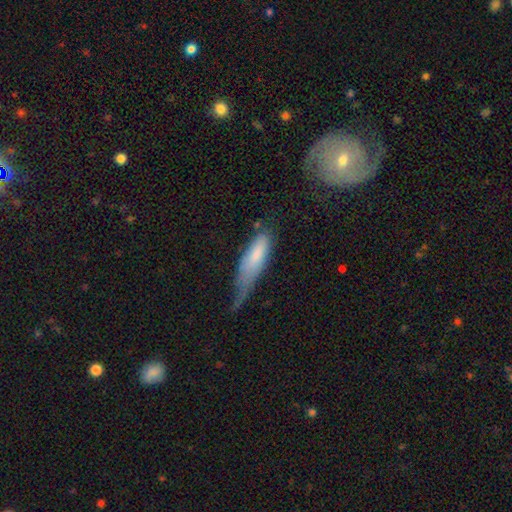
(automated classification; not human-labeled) Smooth or featured? Predicted: smooth (p=0.73). How rounded? Predicted: cigar-shaped (p=0.53). Merging? Predicted: minor disturbance (p=0.38).